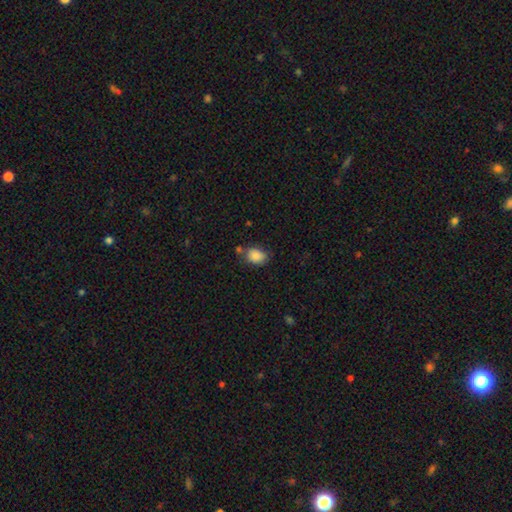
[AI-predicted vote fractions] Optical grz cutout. It shows a smooth galaxy with no disk features (86%) that is in between round and cigar-shaped (70%). Merging: none (64%).